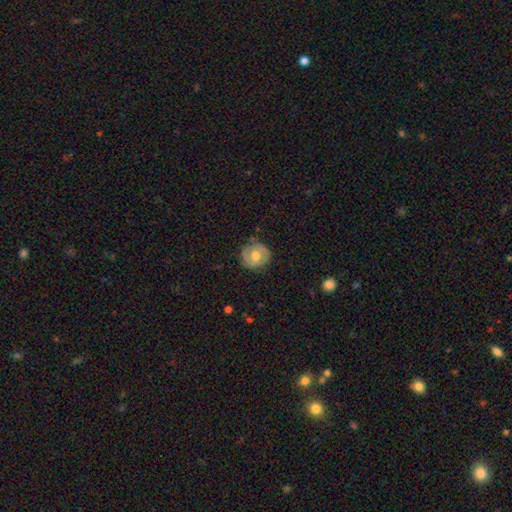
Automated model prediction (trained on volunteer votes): Overall: featured or disk (50%; smooth 42%). Edge-on disk: no (97%). Merging: none (77%).